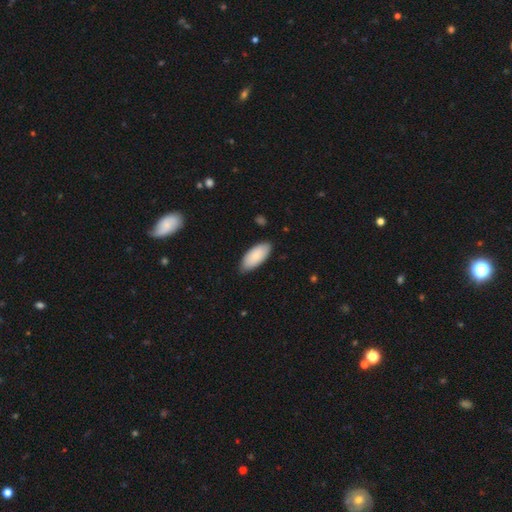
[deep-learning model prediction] Smooth or featured: smooth — 83% (featured or disk — 11%)
How rounded: in between — 91% (cigar-shaped — 7%)
Merging: none — 81% (minor disturbance — 16%)